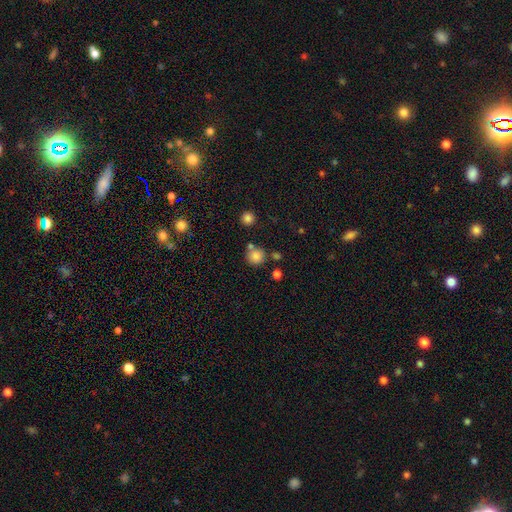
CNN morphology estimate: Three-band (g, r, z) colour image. It shows a smooth galaxy with no disk features (82%) that is round (91%). Merging: none (71%).